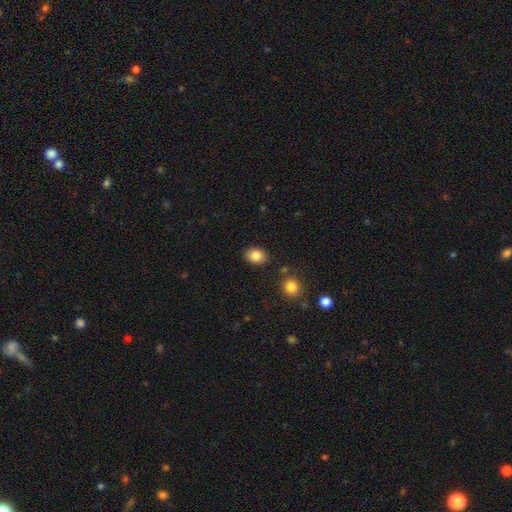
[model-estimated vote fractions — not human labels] smooth_or_featured: smooth (p=0.84) [alt: star or artifact p=0.09]
how_rounded: in between (p=0.65) [alt: round p=0.34]
merging: none (p=0.86) [alt: minor disturbance p=0.09]